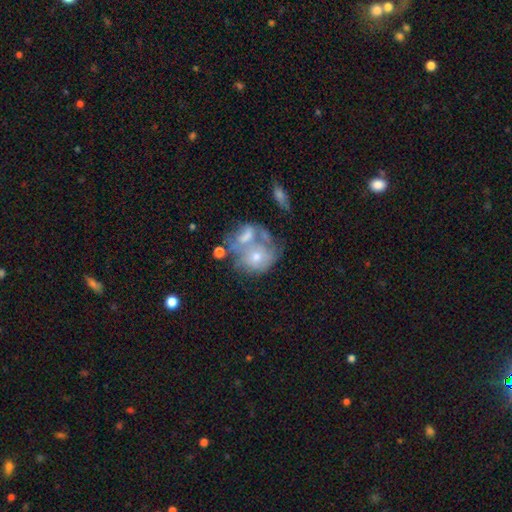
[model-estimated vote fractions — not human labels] Overall: featured or disk (55%; smooth 34%). Edge-on disk: no (96%). Bar: no (83%). Spiral arms: no (59%; yes 41%). Bulge size: moderate (49%; small 41%). Merging: merger (54%; none 23%).